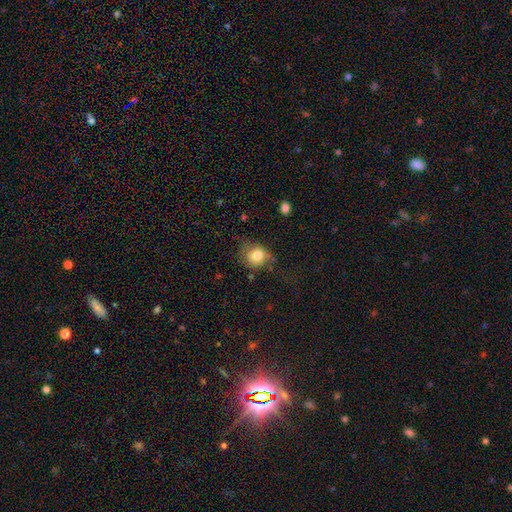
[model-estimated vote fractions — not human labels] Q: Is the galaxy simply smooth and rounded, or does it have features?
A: smooth — 80%.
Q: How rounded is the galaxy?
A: round — 75%.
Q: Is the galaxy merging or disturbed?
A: none — 57%.